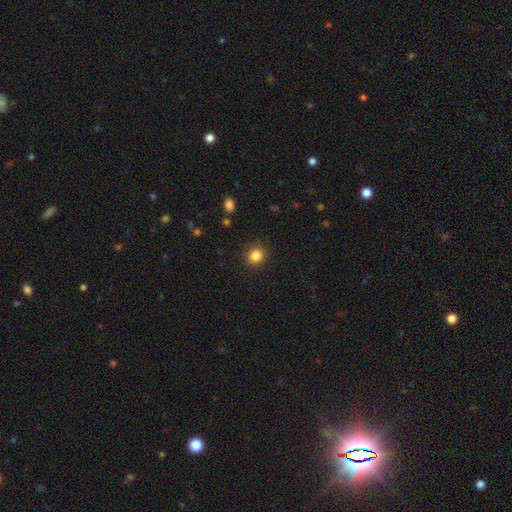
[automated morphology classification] A smooth galaxy with no disk features (84%) that is round (89%).

Vote fractions:
- Smooth or featured? smooth: 84% / star or artifact: 11% / featured or disk: 5%
- How rounded? round: 89% / in between: 10% / cigar-shaped: 1%
- Merging? none: 90% / minor disturbance: 7% / major disturbance: 2% / merger: 1%